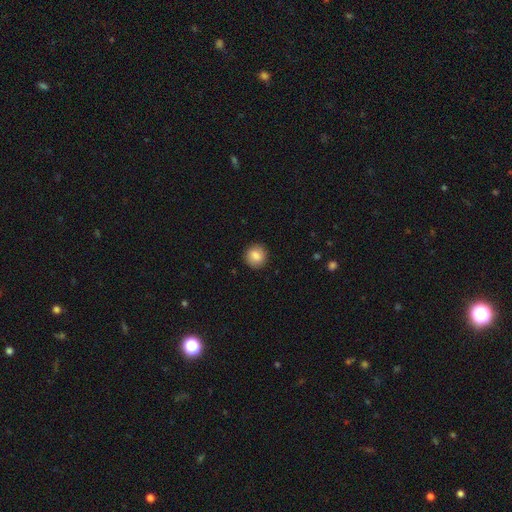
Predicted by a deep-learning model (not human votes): Smooth or featured?
  - smooth: 85% *
  - star or artifact: 8%
  - featured or disk: 7%
How rounded?
  - round: 89% *
  - in between: 10%
  - cigar-shaped: 1%
Merging?
  - none: 90% *
  - minor disturbance: 7%
  - major disturbance: 2%
  - merger: 1%